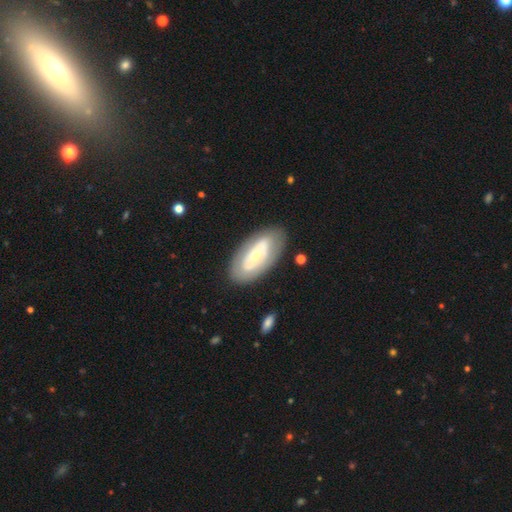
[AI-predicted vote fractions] This is possibly a featured or disk galaxy (58%). It is clearly not viewed edge-on (90%). Bar: likely no (61%). Spiral arm pattern: possibly no (57%). Central bulge: possibly small (55%). Merging: clearly none (82%).